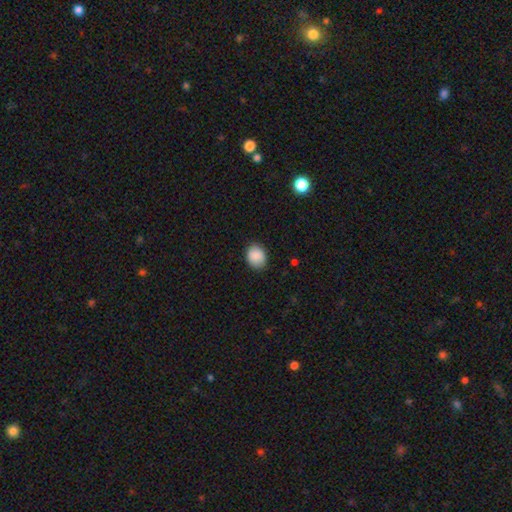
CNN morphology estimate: Smooth or featured? smooth (89%)
How rounded? round (57%)
Merging? none (85%)